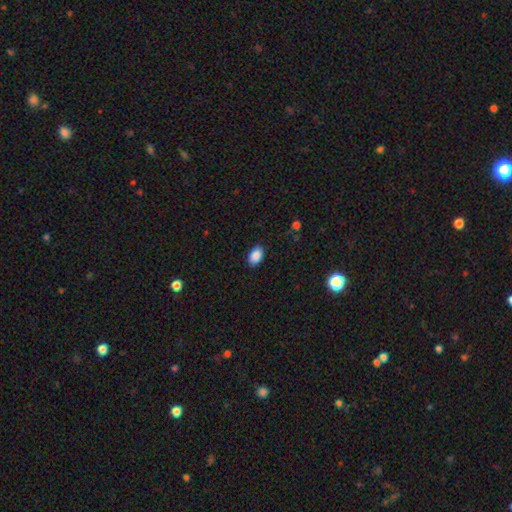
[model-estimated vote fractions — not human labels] A smooth galaxy with no disk features (89%) that is in between round and cigar-shaped (88%). Merging: none (87%).